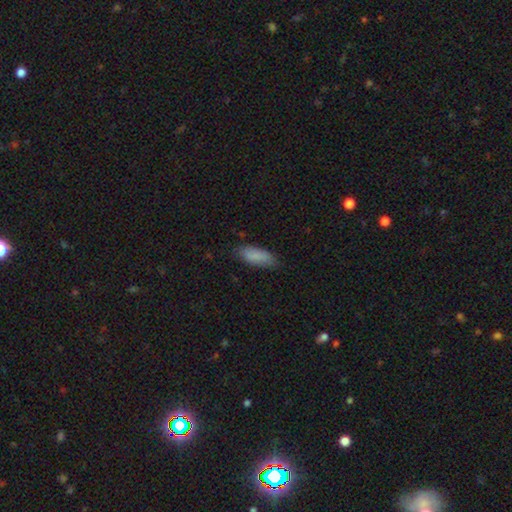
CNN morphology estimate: smooth 84%, featured or disk 9%, star or artifact 6%. Down the decision tree: how rounded — in between (78%); merging — none (77%).